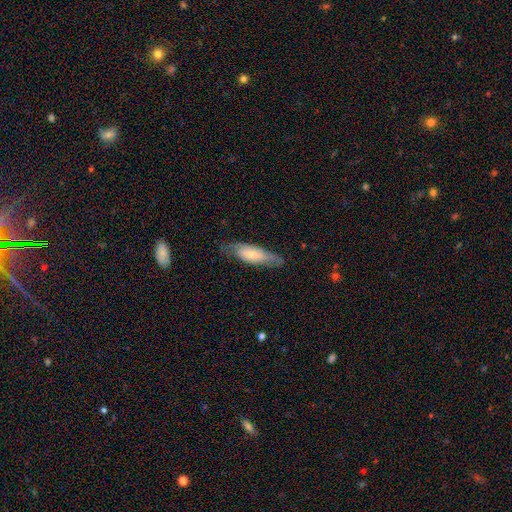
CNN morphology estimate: type=smooth (58%); roundness=in between (54%); merging=none (64%).